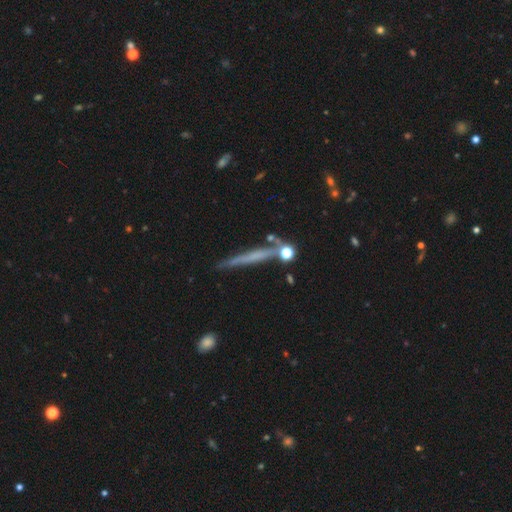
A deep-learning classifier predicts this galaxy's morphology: type=featured or disk (47%); merging=none (80%).